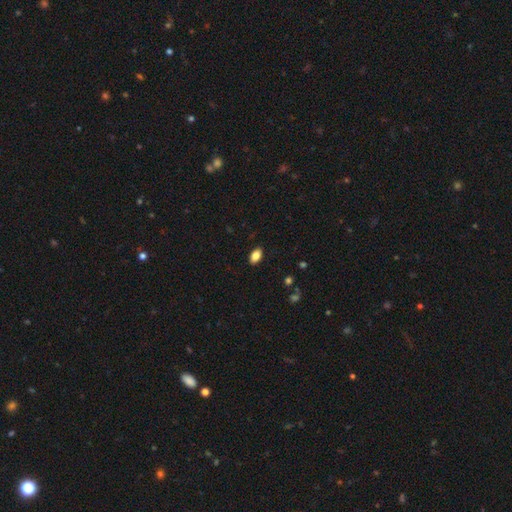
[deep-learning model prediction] This is clearly a smooth galaxy (86%). How rounded: clearly in between (92%). Merging: clearly none (88%).